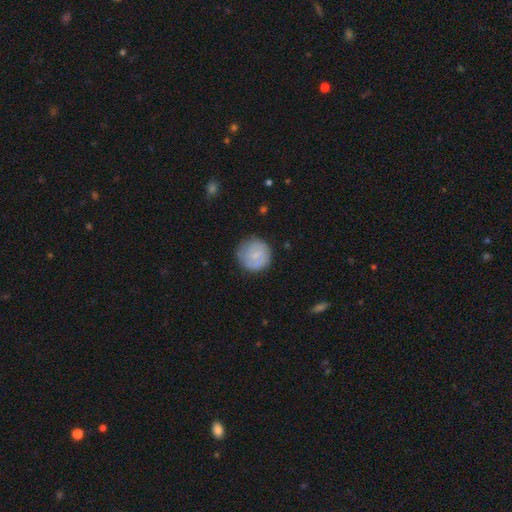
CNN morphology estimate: Smooth or featured? Predicted: smooth (p=0.61). How rounded? Predicted: round (p=0.93). Merging? Predicted: none (p=0.79).